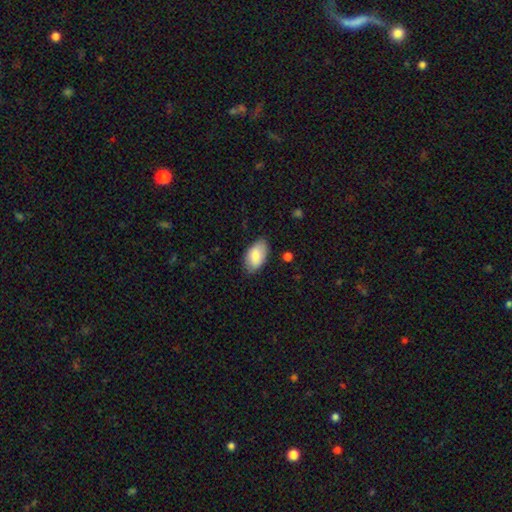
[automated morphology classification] Q: Smooth or featured?
A: smooth (84%); runner-up: featured or disk (10%)
Q: How rounded?
A: in between (95%); runner-up: round (4%)
Q: Merging?
A: none (80%); runner-up: minor disturbance (16%)